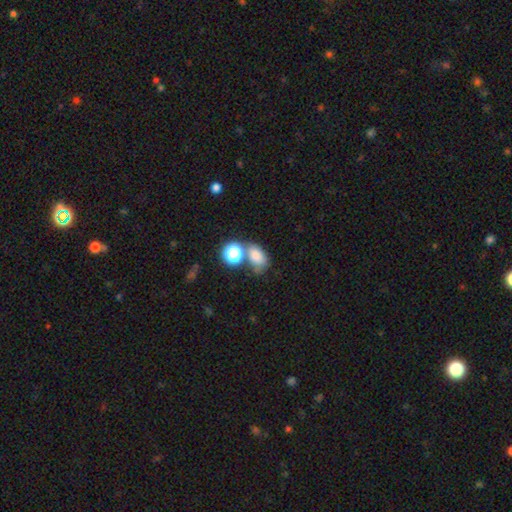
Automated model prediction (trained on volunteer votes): This appears to be a smooth galaxy with no disk features (76%) that is in between round and cigar-shaped (77%). Merging: none (47%).